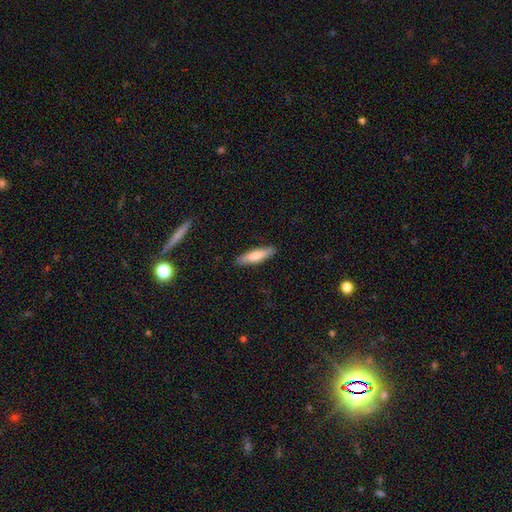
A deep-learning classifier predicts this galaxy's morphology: Smooth or featured: smooth — 77% (featured or disk — 18%)
How rounded: cigar-shaped — 70% (in between — 29%)
Merging: none — 88% (minor disturbance — 9%)